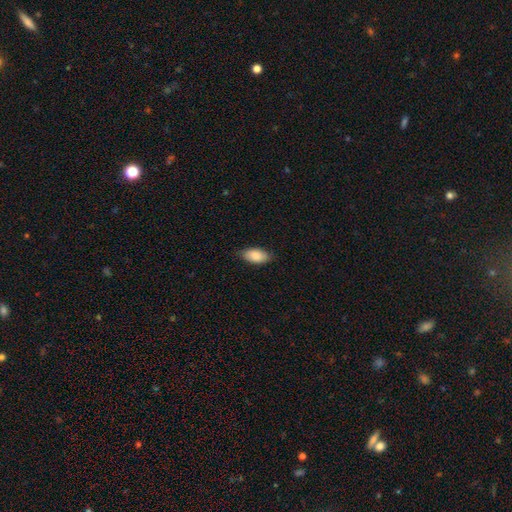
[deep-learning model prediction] A smooth galaxy with no disk features (87%) that is in between round and cigar-shaped (93%).

Vote fractions:
- Smooth or featured? smooth: 87% / featured or disk: 6% / star or artifact: 6%
- How rounded? in between: 93% / cigar-shaped: 4% / round: 3%
- Merging? none: 83% / minor disturbance: 14% / major disturbance: 2% / merger: 1%